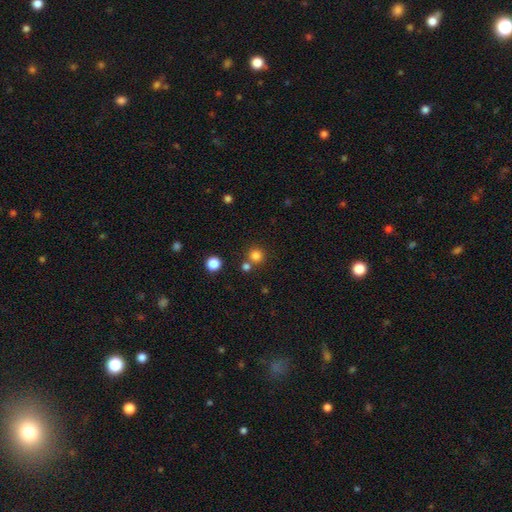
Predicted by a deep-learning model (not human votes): Smooth or featured? smooth (80%)
How rounded? round (93%)
Merging? none (72%)